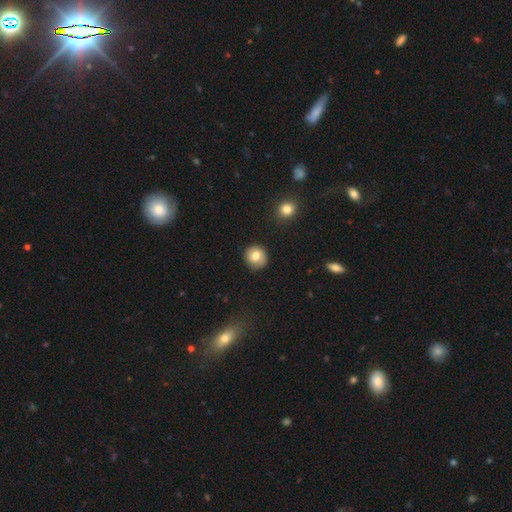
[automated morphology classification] type=smooth (81%); roundness=round (89%); merging=none (84%).